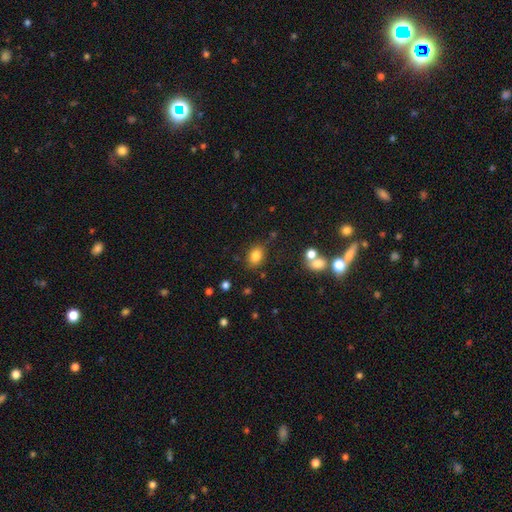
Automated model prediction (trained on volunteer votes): smooth 82%, star or artifact 11%, featured or disk 7%. Down the decision tree: how rounded — in between (64%); merging — none (78%).